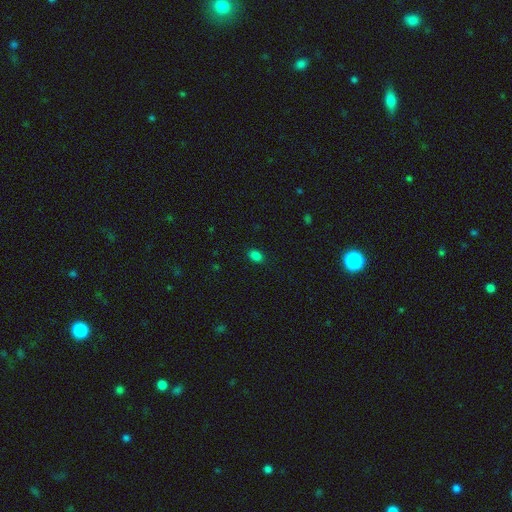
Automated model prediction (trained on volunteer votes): Smooth or featured: smooth — 83% (star or artifact — 14%)
How rounded: in between — 83% (round — 15%)
Merging: none — 88% (minor disturbance — 9%)